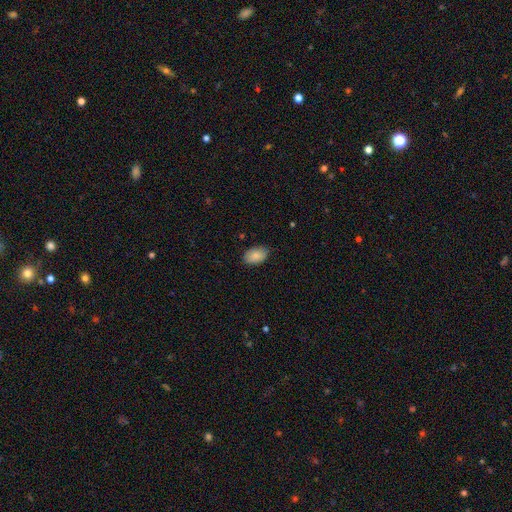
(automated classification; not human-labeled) Smooth or featured? Predicted: smooth (p=0.88). How rounded? Predicted: in between (p=0.91). Merging? Predicted: none (p=0.81).